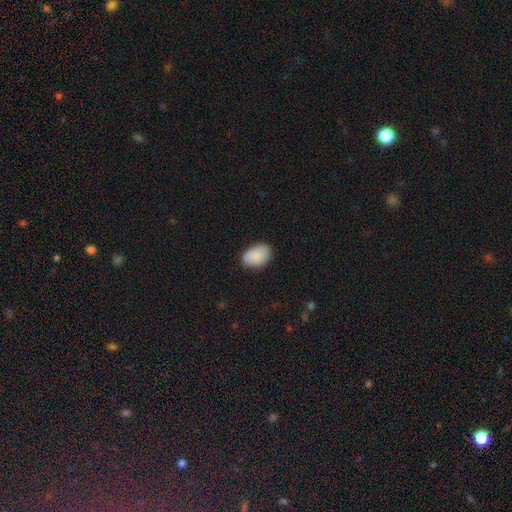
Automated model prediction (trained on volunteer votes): Smooth or featured? Predicted: smooth (p=0.88). How rounded? Predicted: in between (p=0.88). Merging? Predicted: none (p=0.83).